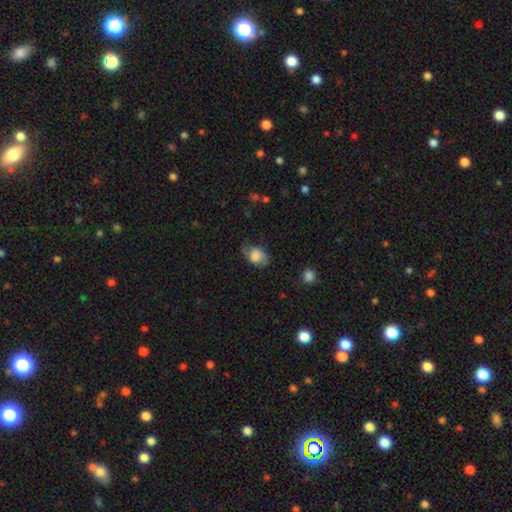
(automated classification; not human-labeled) A smooth galaxy with no disk features (74%) that is in between round and cigar-shaped (69%). Merging: none (48%).